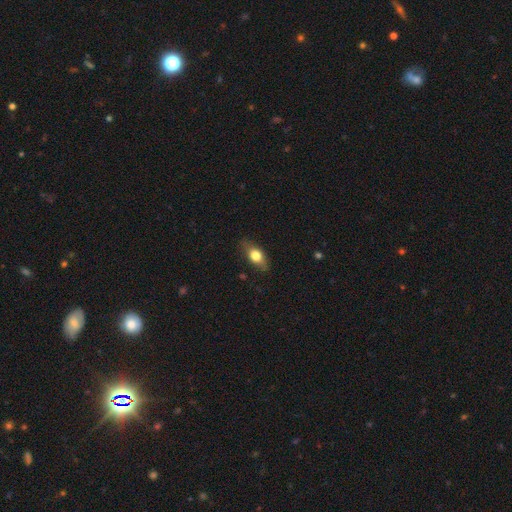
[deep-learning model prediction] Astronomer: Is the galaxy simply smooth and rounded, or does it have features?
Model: smooth — 65%.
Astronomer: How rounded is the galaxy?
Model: in between — 75%.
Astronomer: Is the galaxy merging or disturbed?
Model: none — 78%.